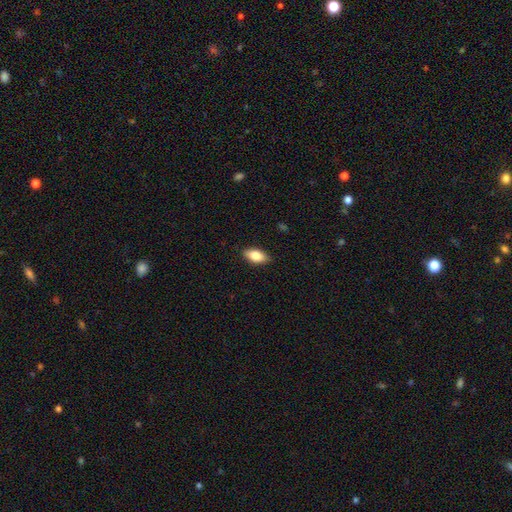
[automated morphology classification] Smooth or featured? smooth (81%)
How rounded? in between (90%)
Merging? none (86%)